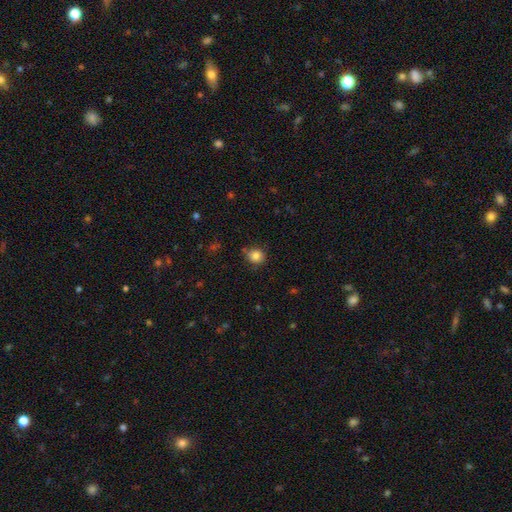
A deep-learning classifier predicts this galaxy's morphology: A smooth galaxy with no disk features (82%) that is round (82%). Merging: none (76%).